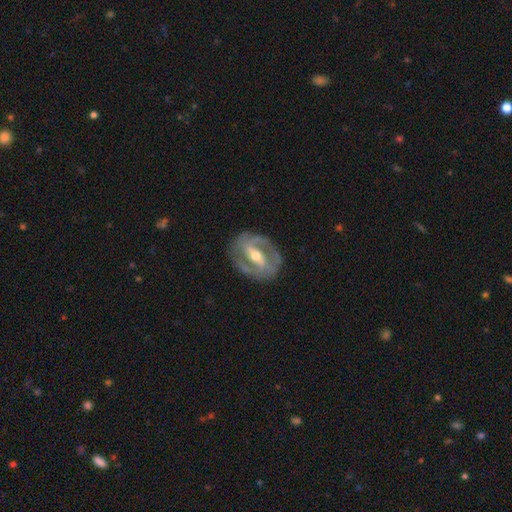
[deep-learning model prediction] Q: Smooth or featured?
A: featured or disk (85%); runner-up: smooth (11%)
Q: Edge-on disk?
A: no (94%); runner-up: yes (6%)
Q: Bar?
A: strong (63%); runner-up: weak (26%)
Q: Spiral arms?
A: yes (77%); runner-up: no (23%)
Q: Spiral winding?
A: tight (46%); runner-up: medium (40%)
Q: Spiral arm count?
A: 2 (82%); runner-up: can't tell (10%)
Q: Bulge size?
A: moderate (65%); runner-up: small (29%)
Q: Merging?
A: none (82%); runner-up: minor disturbance (12%)